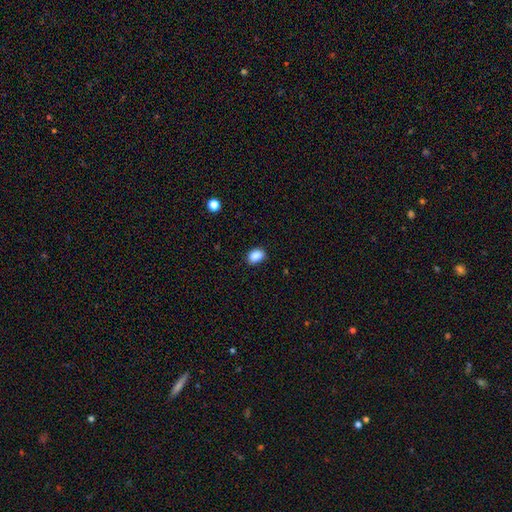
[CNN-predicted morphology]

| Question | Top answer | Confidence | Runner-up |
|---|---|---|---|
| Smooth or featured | smooth | 89% | star or artifact (9%) |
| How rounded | in between | 80% | round (19%) |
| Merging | none | 84% | minor disturbance (13%) |